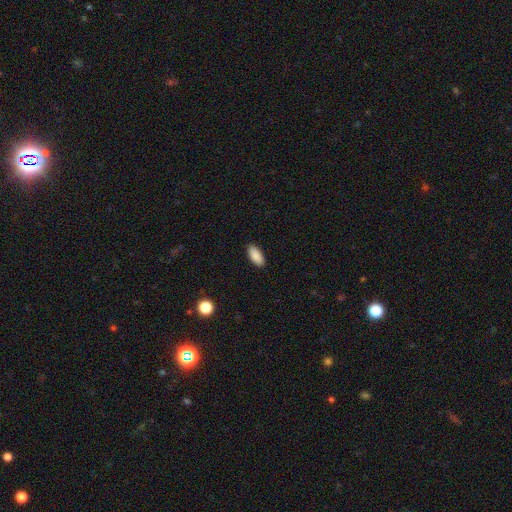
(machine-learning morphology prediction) Smooth or featured? smooth (90%)
How rounded? in between (91%)
Merging? none (90%)